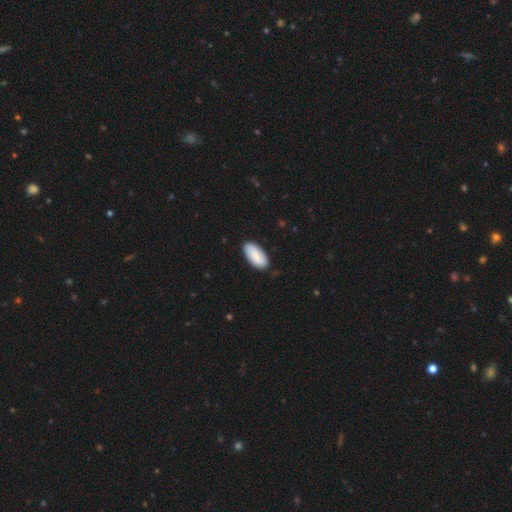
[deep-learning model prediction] A smooth galaxy with no disk features (84%) that is in between round and cigar-shaped (91%).

Vote fractions:
- Smooth or featured? smooth: 84% / featured or disk: 11% / star or artifact: 6%
- How rounded? in between: 91% / cigar-shaped: 7% / round: 2%
- Merging? none: 84% / minor disturbance: 12% / major disturbance: 2% / merger: 1%